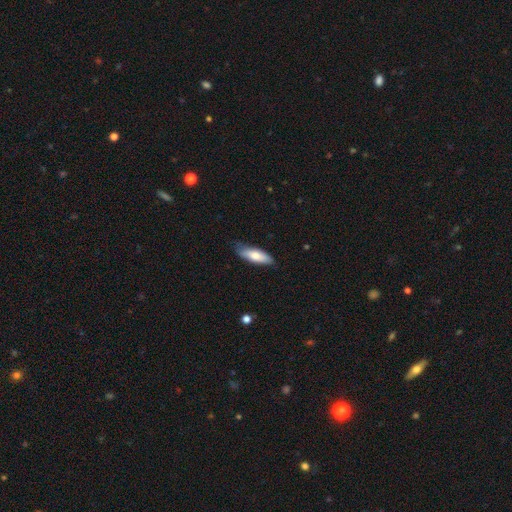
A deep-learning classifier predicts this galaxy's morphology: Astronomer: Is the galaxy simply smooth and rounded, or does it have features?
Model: smooth — 76%.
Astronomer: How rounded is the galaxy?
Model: in between — 58% (runner-up: cigar-shaped, 40%).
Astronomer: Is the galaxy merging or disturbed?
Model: none — 77%.